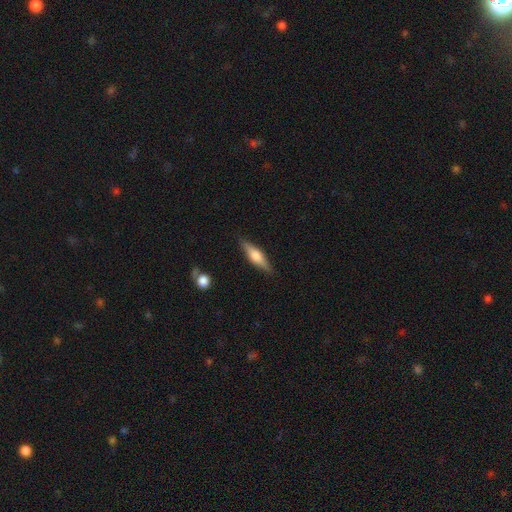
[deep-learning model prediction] This appears to be a featured or disk galaxy (51%) viewed edge-on (94%). Merging: none (87%).